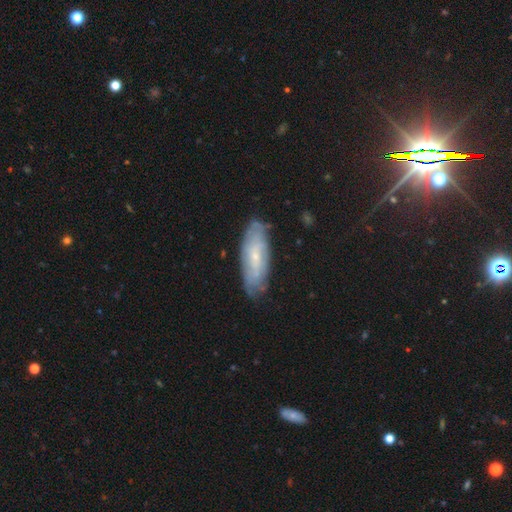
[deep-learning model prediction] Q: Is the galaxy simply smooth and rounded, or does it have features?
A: featured or disk — 59%.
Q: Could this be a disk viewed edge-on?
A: no — 79%.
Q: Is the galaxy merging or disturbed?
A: none — 78%.